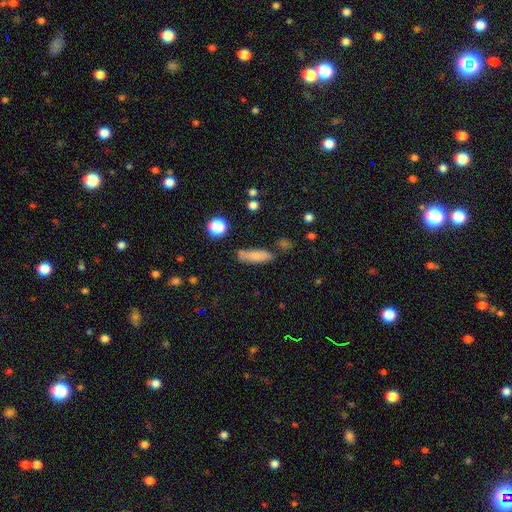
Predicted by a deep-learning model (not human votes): Smooth or featured? Predicted: smooth (p=0.77). How rounded? Predicted: cigar-shaped (p=0.50). Merging? Predicted: none (p=0.71).